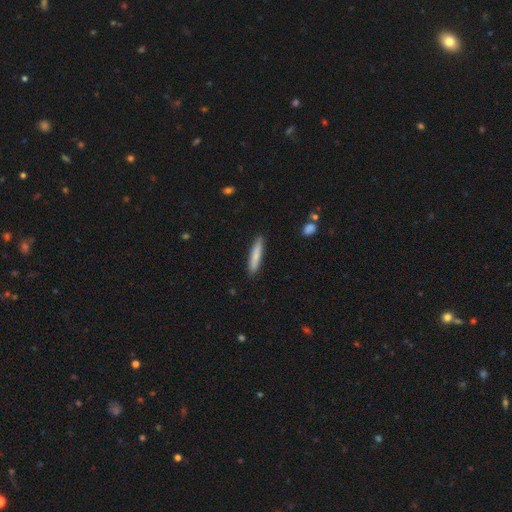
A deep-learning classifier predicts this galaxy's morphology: Smooth or featured? smooth (78%)
How rounded? cigar-shaped (89%)
Merging? none (89%)